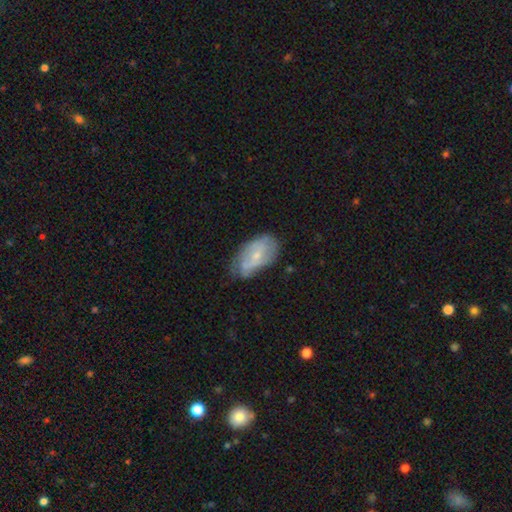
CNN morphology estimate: Smooth or featured: featured or disk — 56% (smooth — 37%)
Edge-on disk: no — 94% (yes — 6%)
Bar: no — 52% (weak — 37%)
Spiral arms: yes — 68% (no — 32%)
Bulge size: small — 65% (moderate — 29%)
Merging: none — 50% (minor disturbance — 34%)